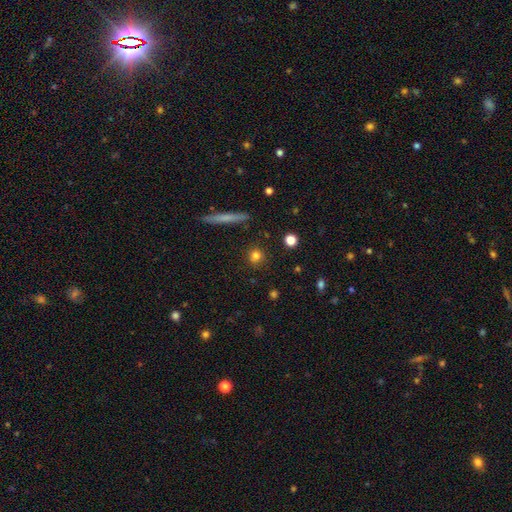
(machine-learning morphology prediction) smooth 79%, star or artifact 12%, featured or disk 10%. Down the decision tree: how rounded — round (86%); merging — none (88%).